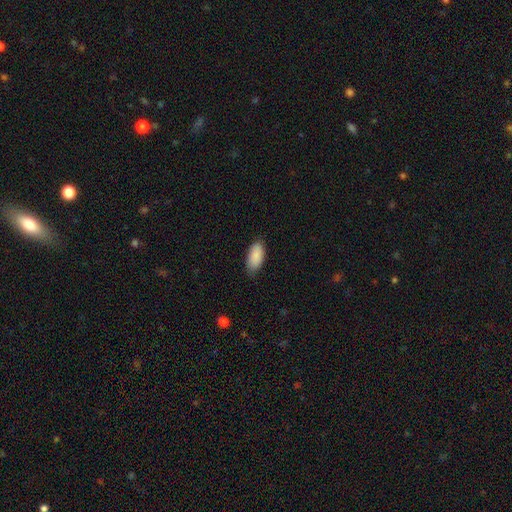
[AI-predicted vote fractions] Smooth or featured?
  - smooth: 89% *
  - star or artifact: 6%
  - featured or disk: 5%
How rounded?
  - in between: 92% *
  - cigar-shaped: 6%
  - round: 2%
Merging?
  - none: 77% *
  - minor disturbance: 19%
  - major disturbance: 3%
  - merger: 1%